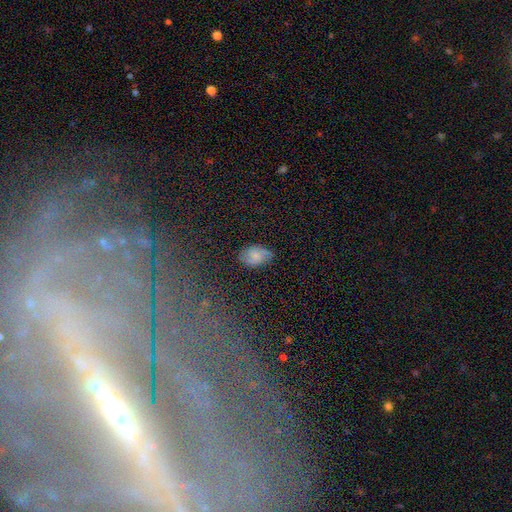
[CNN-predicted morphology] Smooth or featured? smooth (51%)
How rounded? in between (85%)
Merging? none (72%)